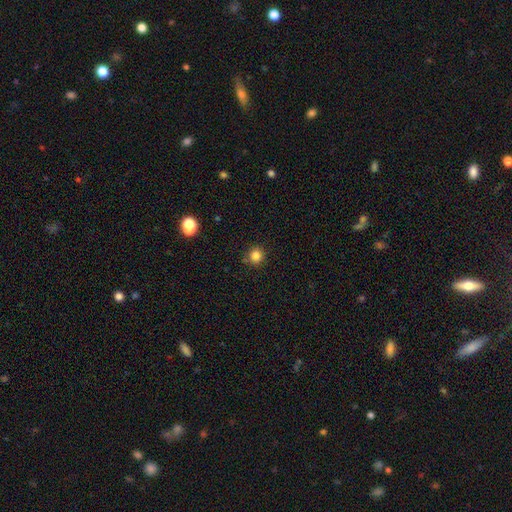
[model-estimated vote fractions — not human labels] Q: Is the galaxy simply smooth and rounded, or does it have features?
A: smooth — 83%.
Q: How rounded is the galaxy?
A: round — 93%.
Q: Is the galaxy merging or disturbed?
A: none — 86%.